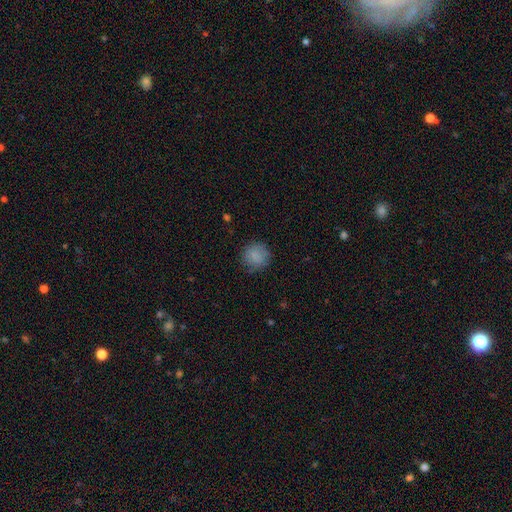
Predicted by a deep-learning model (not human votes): Morphology: type=smooth (84%); roundness=round (89%); merging=none (79%).